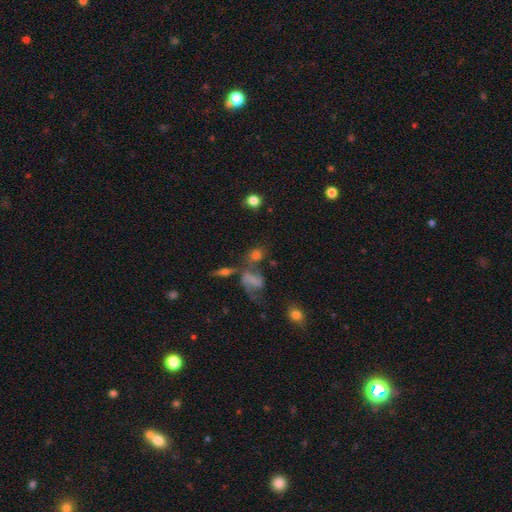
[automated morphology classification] smooth-or-featured: smooth: 52% | featured or disk: 26% | star or artifact: 22%
  how-rounded: round: 55% | in between: 40% | cigar-shaped: 5%
  merging: none: 47% | merger: 26% | minor disturbance: 13% | major disturbance: 13%